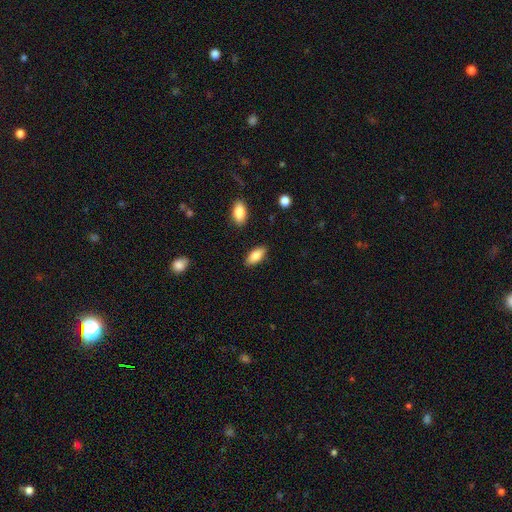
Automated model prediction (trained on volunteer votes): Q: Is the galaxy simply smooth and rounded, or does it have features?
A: smooth — 83%.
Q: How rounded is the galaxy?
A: in between — 86%.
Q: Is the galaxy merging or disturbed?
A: none — 86%.